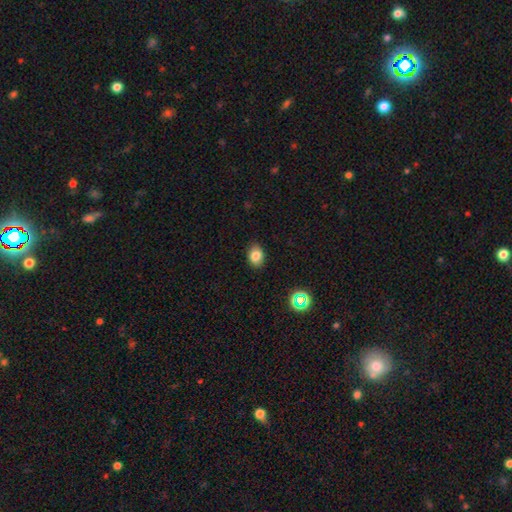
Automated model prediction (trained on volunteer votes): Q: Smooth or featured?
A: smooth (81%); runner-up: star or artifact (11%)
Q: How rounded?
A: in between (69%); runner-up: round (30%)
Q: Merging?
A: none (87%); runner-up: minor disturbance (10%)